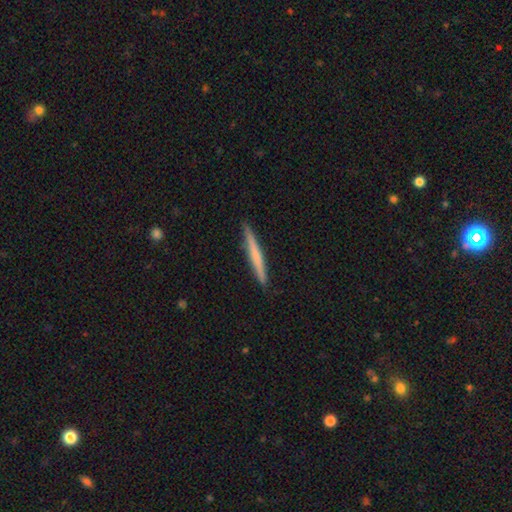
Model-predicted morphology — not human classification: smooth-or-featured: smooth: 57% | featured or disk: 38% | star or artifact: 5%
  how-rounded: cigar-shaped: 97% | in between: 2% | round: 1%
  merging: none: 91% | minor disturbance: 6% | major disturbance: 1% | merger: 1%